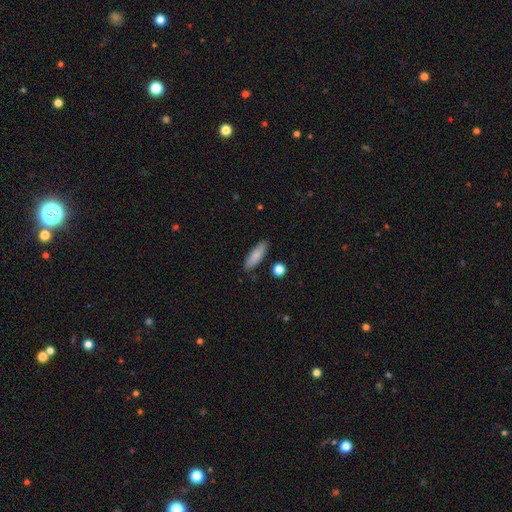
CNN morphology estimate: This is clearly a smooth galaxy (84%). How rounded: possibly cigar-shaped (54%). Merging: clearly none (87%).